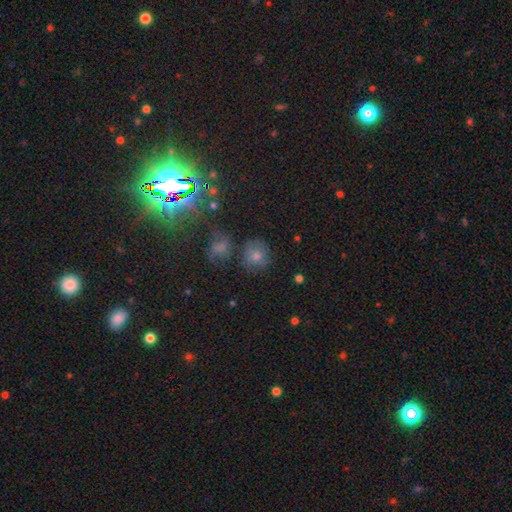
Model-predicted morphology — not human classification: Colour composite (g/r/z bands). It shows a smooth galaxy with no disk features (52%) that is round (83%). Merging: none (74%).